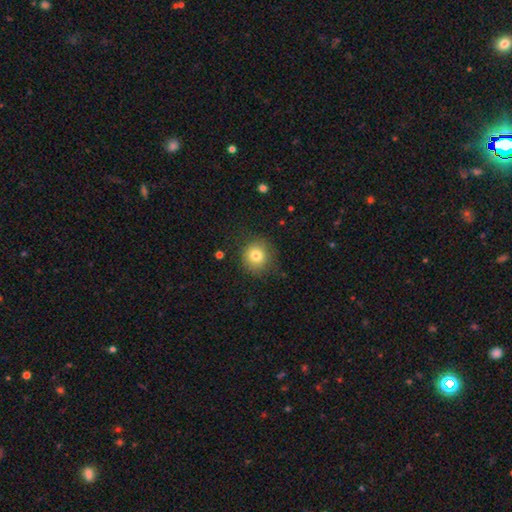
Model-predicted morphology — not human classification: smooth 79%, star or artifact 11%, featured or disk 10%. Down the decision tree: how rounded — round (90%); merging — none (81%).